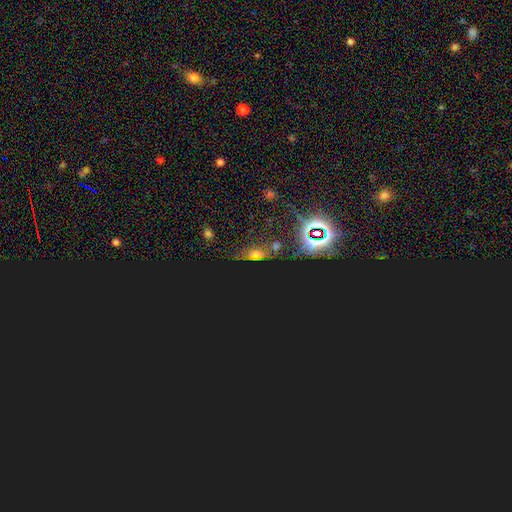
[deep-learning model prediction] Morphology: type=star or artifact (61%).